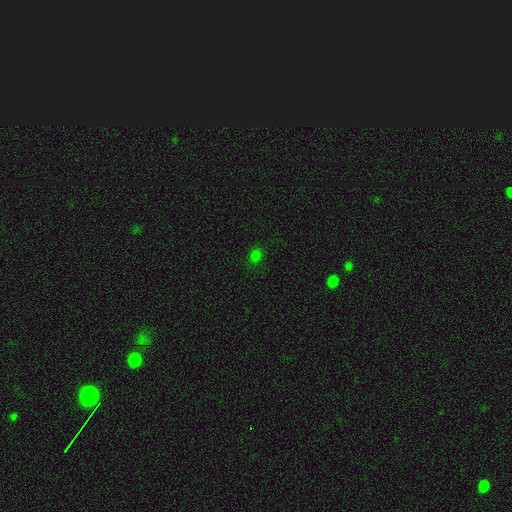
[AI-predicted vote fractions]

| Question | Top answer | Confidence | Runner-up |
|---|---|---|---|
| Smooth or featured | smooth | 74% | star or artifact (22%) |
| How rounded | round | 66% | in between (33%) |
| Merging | none | 88% | minor disturbance (8%) |